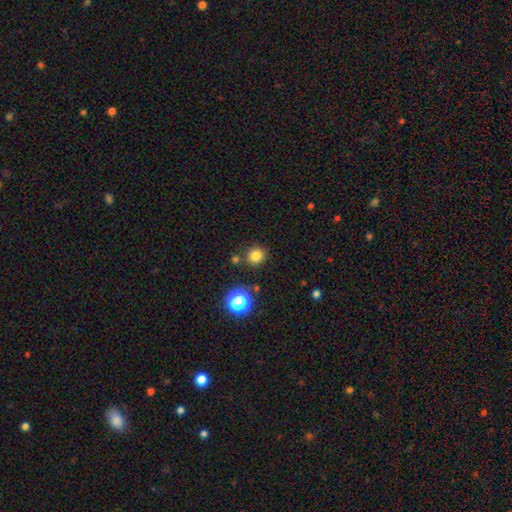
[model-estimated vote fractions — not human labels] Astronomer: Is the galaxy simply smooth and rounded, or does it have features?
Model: smooth — 80%.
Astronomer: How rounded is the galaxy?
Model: round — 87%.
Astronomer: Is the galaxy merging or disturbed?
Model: none — 83%.